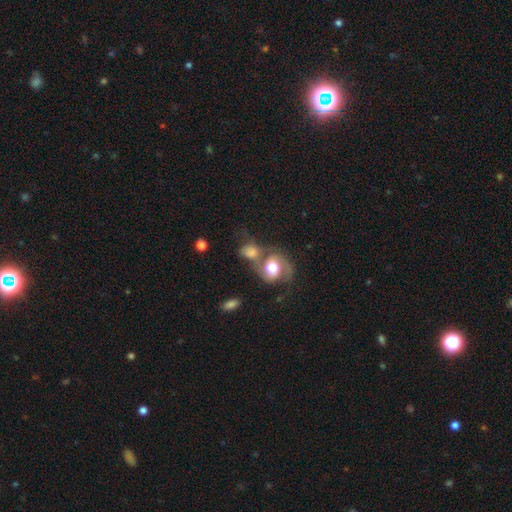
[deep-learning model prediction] This appears to be a featured or disk galaxy (43%). Merging: merger (53%).